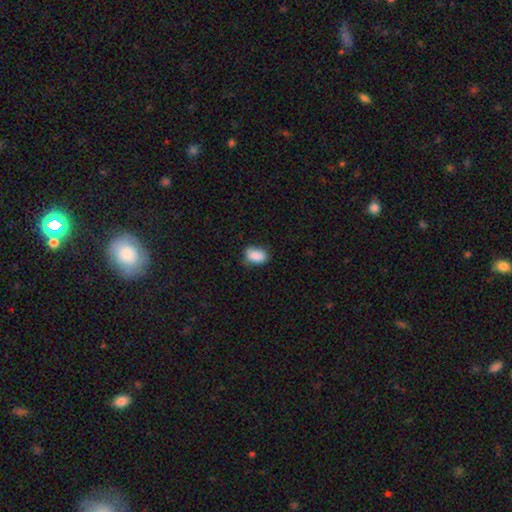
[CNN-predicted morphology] The model was most divided on "merging": none: 68%, minor disturbance: 25%, major disturbance: 5%, merger: 2%. More confident: smooth or featured — smooth (87%); how rounded — in between (86%).